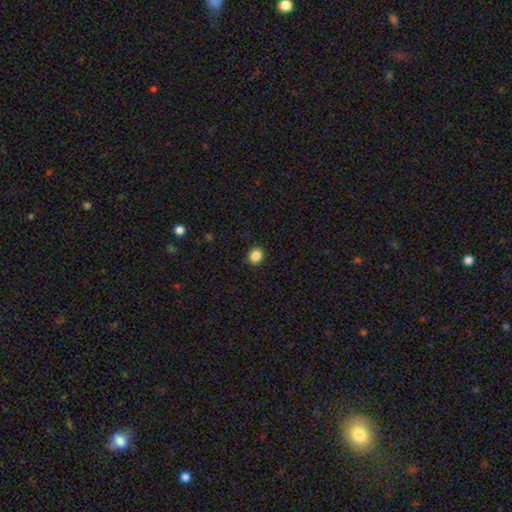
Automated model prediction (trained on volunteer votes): This is clearly a smooth galaxy (86%). How rounded: likely round (74%). Merging: clearly none (90%).